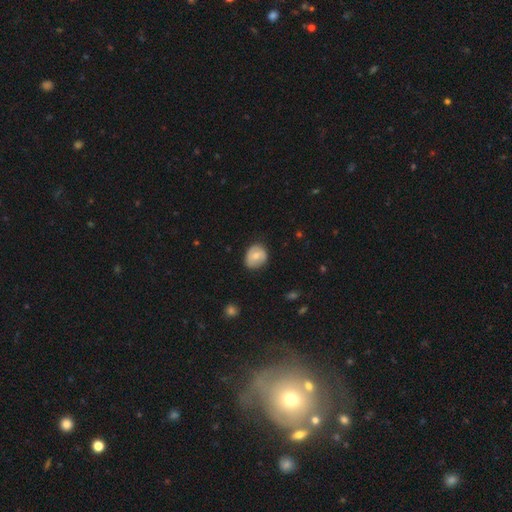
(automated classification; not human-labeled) A smooth galaxy with no disk features (63%) that is round (59%).

Vote fractions:
- Smooth or featured? smooth: 63% / featured or disk: 30% / star or artifact: 7%
- How rounded? round: 59% / in between: 40% / cigar-shaped: 1%
- Merging? none: 73% / minor disturbance: 21% / major disturbance: 4% / merger: 1%